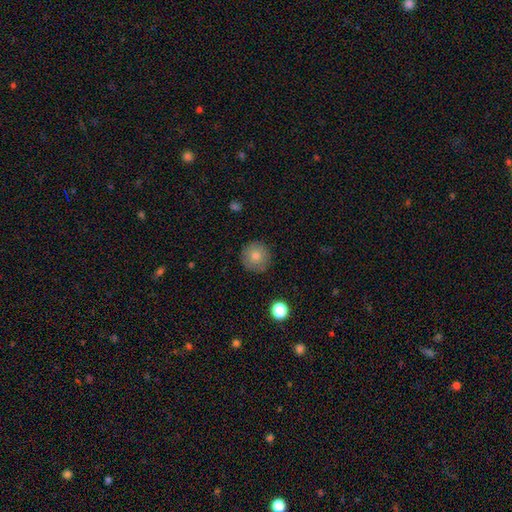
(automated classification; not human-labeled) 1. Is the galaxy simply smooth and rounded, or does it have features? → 78% smooth, 13% featured or disk, 9% star or artifact.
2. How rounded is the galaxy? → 95% round, 4% in between, 1% cigar-shaped.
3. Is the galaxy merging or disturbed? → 85% none, 11% minor disturbance, 3% major disturbance, 1% merger.